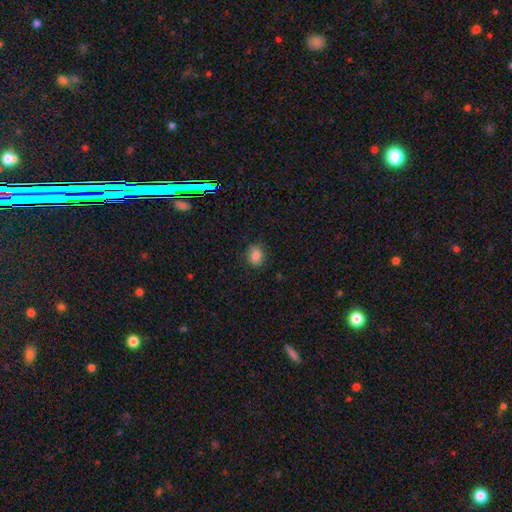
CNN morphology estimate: Smooth or featured?
  - smooth: 84% *
  - star or artifact: 10%
  - featured or disk: 6%
How rounded?
  - round: 59% *
  - in between: 40%
  - cigar-shaped: 1%
Merging?
  - none: 83% *
  - minor disturbance: 12%
  - major disturbance: 3%
  - merger: 1%